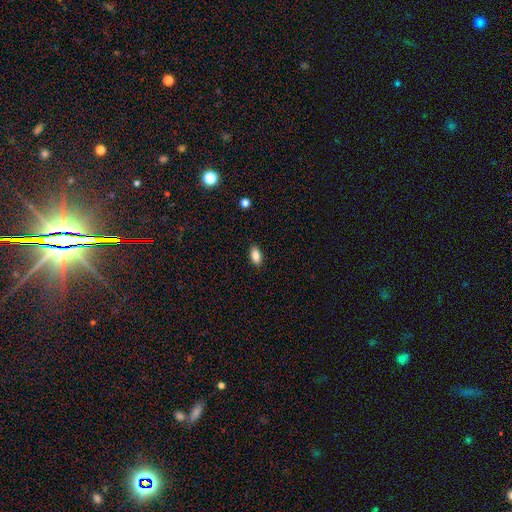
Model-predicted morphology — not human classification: The model was most divided on "smooth or featured": smooth: 86%, star or artifact: 8%, featured or disk: 6%. More confident: how rounded — in between (91%); merging — none (88%).